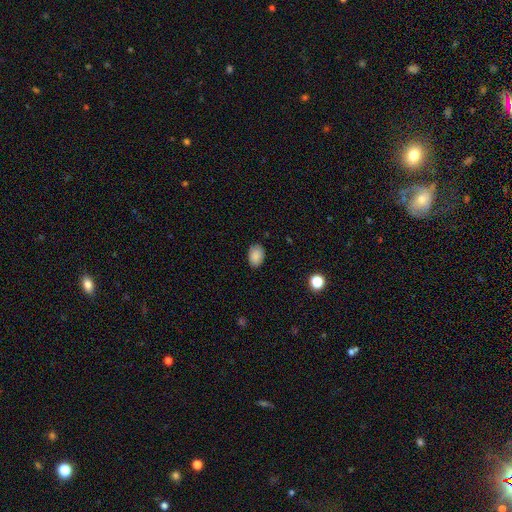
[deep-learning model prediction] The model was most divided on "how rounded": in between: 78%, round: 21%, cigar-shaped: 1%. More confident: smooth or featured — smooth (88%); merging — none (85%).